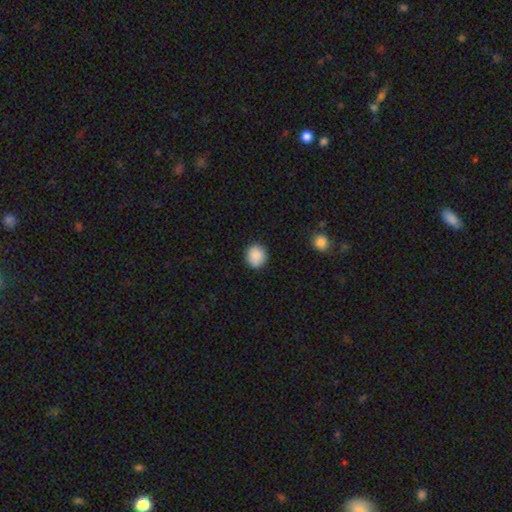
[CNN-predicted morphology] smooth 89%, star or artifact 8%, featured or disk 3%. Down the decision tree: how rounded — round (84%); merging — none (90%).